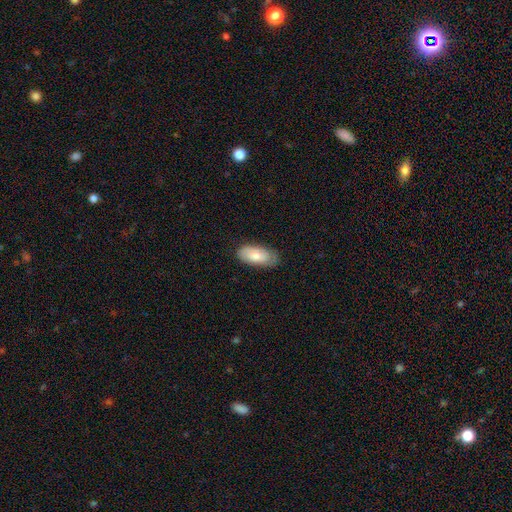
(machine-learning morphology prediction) The model was most divided on "smooth or featured": smooth: 72%, featured or disk: 23%, star or artifact: 6%. More confident: how rounded — in between (91%); merging — none (76%).